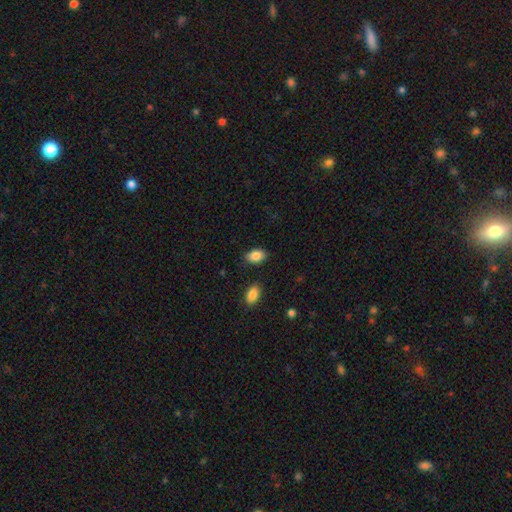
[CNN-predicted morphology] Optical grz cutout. It shows a smooth galaxy with no disk features (87%) that is in between round and cigar-shaped (90%). Merging: none (85%).